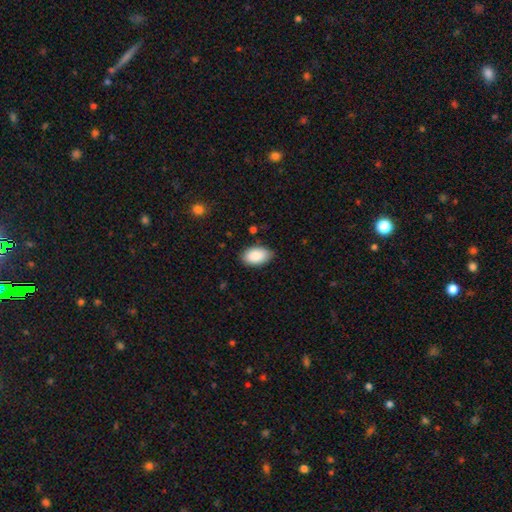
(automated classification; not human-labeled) The model was most divided on "merging": none: 83%, minor disturbance: 14%, major disturbance: 2%, merger: 1%. More confident: how rounded — in between (94%); smooth or featured — smooth (89%).